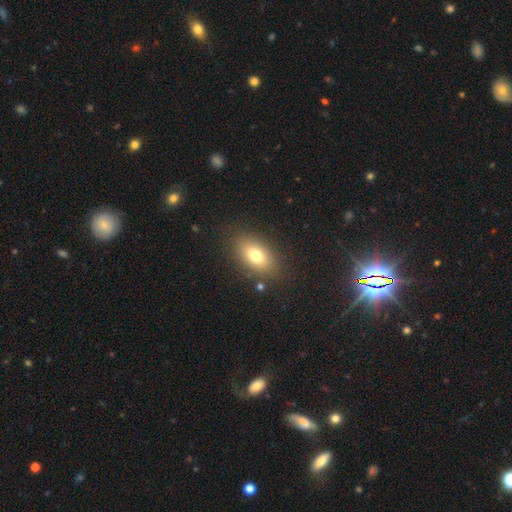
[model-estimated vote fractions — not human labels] A smooth galaxy with no disk features (75%) that is in between round and cigar-shaped (87%). Merging: none (84%).